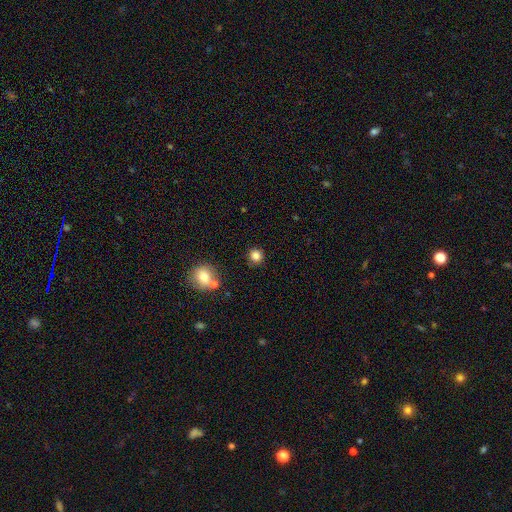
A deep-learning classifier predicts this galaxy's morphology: This appears to be a smooth galaxy with no disk features (83%) that is round (92%). Merging: none (85%).